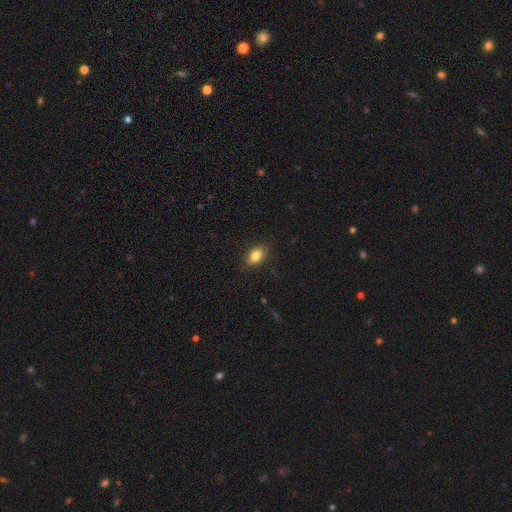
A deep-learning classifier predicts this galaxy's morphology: type=smooth (83%); roundness=in between (86%); merging=none (84%).